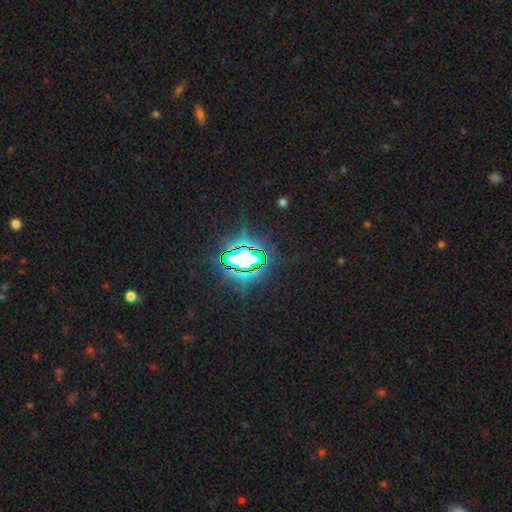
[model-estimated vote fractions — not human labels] smooth-or-featured: star or artifact: 84% | smooth: 9% | featured or disk: 7%